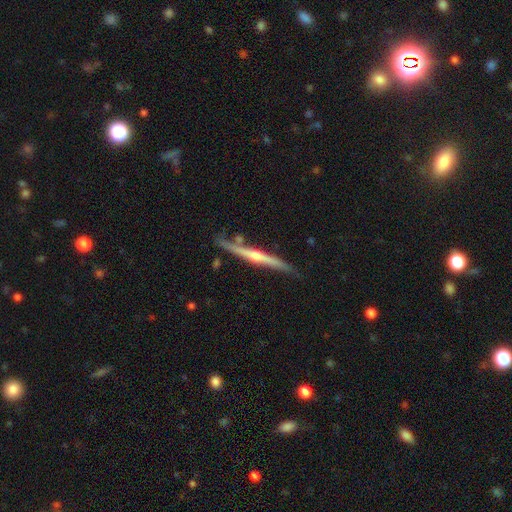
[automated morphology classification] Smooth or featured?
  - featured or disk: 76% *
  - smooth: 19%
  - star or artifact: 5%
Edge-on disk?
  - yes: 97% *
  - no: 3%
Edge-on bulge?
  - rounded: 80% *
  - none: 15%
  - boxy: 5%
Merging?
  - none: 77% *
  - minor disturbance: 15%
  - merger: 5%
  - major disturbance: 3%